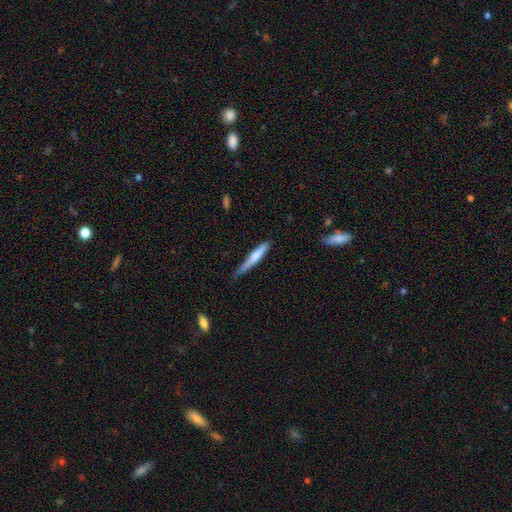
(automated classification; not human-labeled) This is likely a smooth galaxy (61%). How rounded: clearly cigar-shaped (93%). Merging: possibly none (59%).